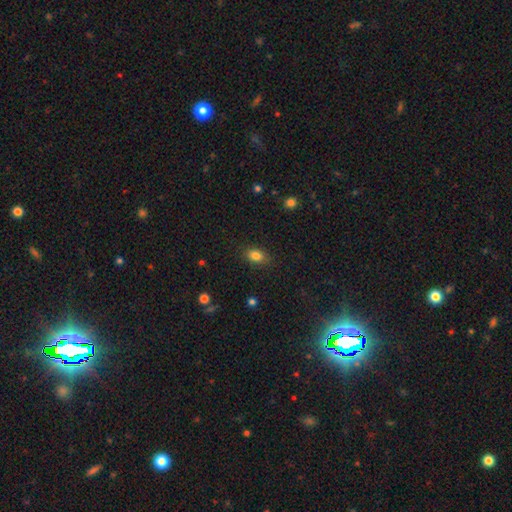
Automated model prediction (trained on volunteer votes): The model was most divided on "how rounded": in between: 80%, round: 17%, cigar-shaped: 2%. More confident: merging — none (85%); smooth or featured — smooth (83%).